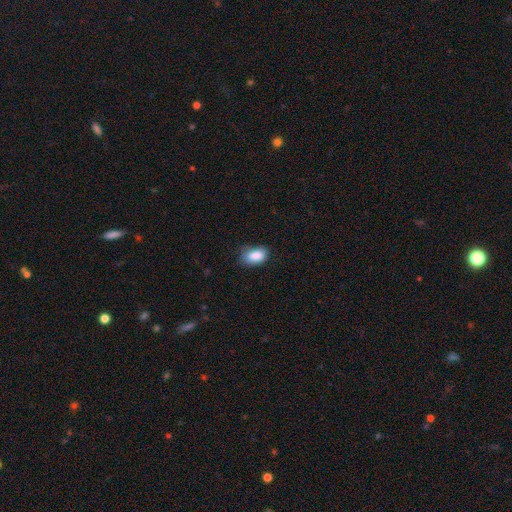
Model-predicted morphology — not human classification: Q: Smooth or featured?
A: smooth (86%); runner-up: star or artifact (8%)
Q: How rounded?
A: in between (88%); runner-up: round (11%)
Q: Merging?
A: none (62%); runner-up: minor disturbance (30%)